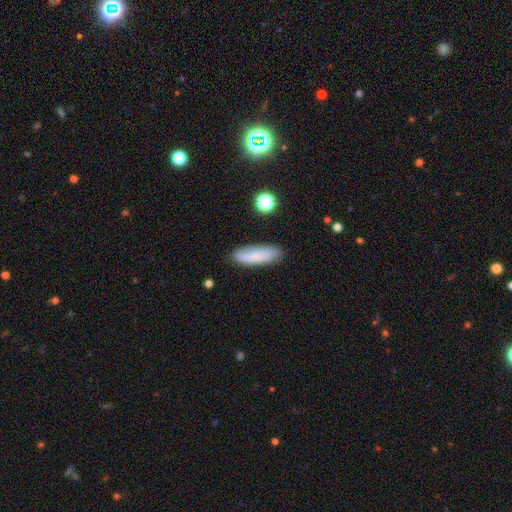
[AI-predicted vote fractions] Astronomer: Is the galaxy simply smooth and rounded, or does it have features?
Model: smooth — 80%.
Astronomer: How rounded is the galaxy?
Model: cigar-shaped — 53% (runner-up: in between, 45%).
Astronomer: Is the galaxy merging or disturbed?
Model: none — 81%.